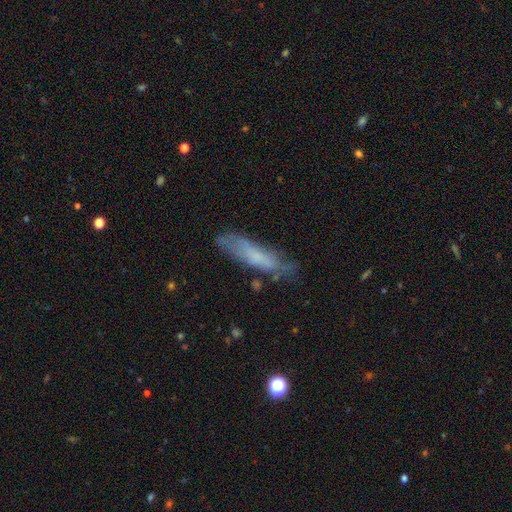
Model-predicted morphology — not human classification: Smooth or featured? Predicted: smooth (p=0.56). How rounded? Predicted: cigar-shaped (p=0.74). Merging? Predicted: none (p=0.63).